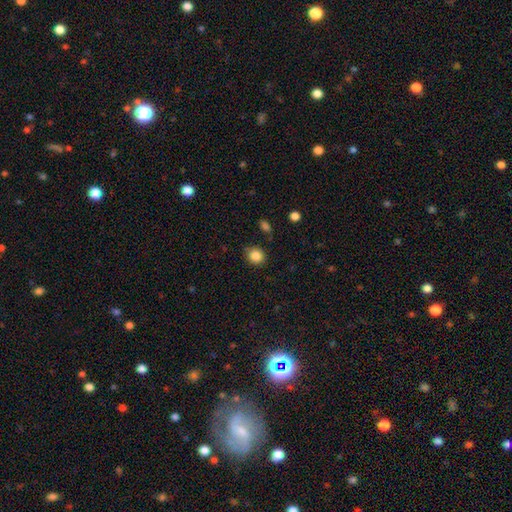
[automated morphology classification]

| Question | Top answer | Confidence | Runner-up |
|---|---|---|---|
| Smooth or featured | smooth | 86% | star or artifact (10%) |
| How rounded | round | 82% | in between (17%) |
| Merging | none | 84% | minor disturbance (11%) |